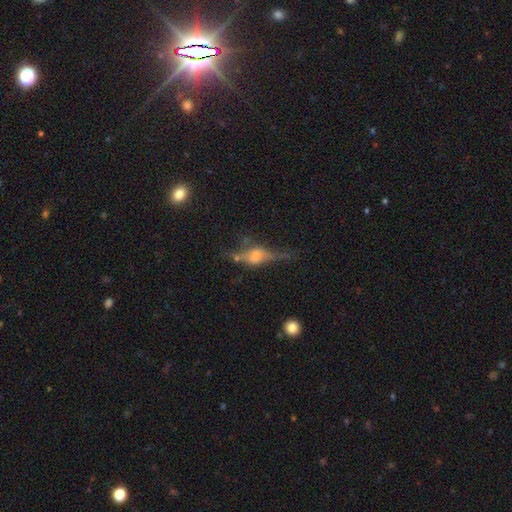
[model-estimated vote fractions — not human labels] Q: Smooth or featured?
A: featured or disk (69%); runner-up: smooth (20%)
Q: Edge-on disk?
A: yes (86%); runner-up: no (14%)
Q: Edge-on bulge?
A: rounded (92%); runner-up: boxy (6%)
Q: Merging?
A: none (64%); runner-up: minor disturbance (20%)